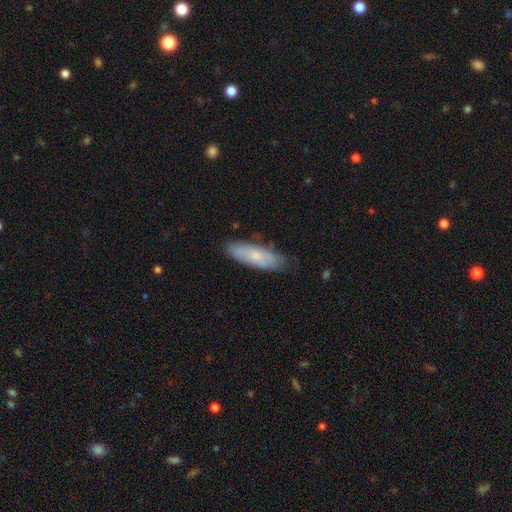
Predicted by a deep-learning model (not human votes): smooth 64%, featured or disk 29%, star or artifact 6%. Down the decision tree: how rounded — in between (55%); merging — none (78%).